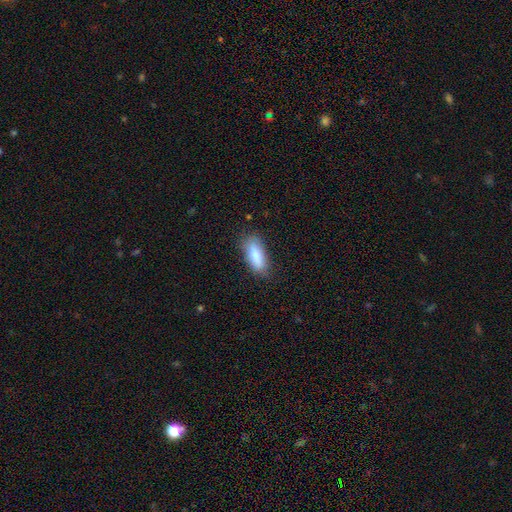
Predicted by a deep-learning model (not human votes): smooth_or_featured: smooth (p=0.85) [alt: featured or disk p=0.09]
how_rounded: in between (p=0.70) [alt: cigar-shaped p=0.28]
merging: none (p=0.78) [alt: minor disturbance p=0.17]